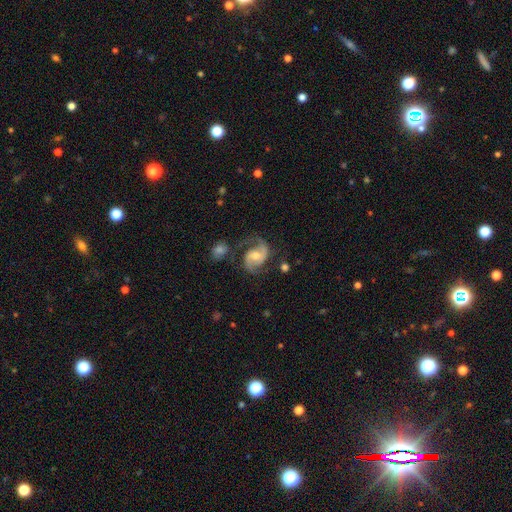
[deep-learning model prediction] A featured or disk galaxy (89%) with no bar (49%), 2 (91%) medium (57%) spiral arms (98%) and a moderate central bulge (61%).

Vote fractions:
- Smooth or featured? featured or disk: 89% / smooth: 6% / star or artifact: 6%
- Edge-on disk? no: 98% / yes: 2%
- Bar? no: 49% / weak: 40% / strong: 12%
- Spiral arms? yes: 98% / no: 2%
- Spiral winding? medium: 57% / loose: 22% / tight: 21%
- Spiral arm count? 2: 91% / can't tell: 3% / 3: 2% / 1: 2% / 4: 1% / more than 4: 1%
- Bulge size? moderate: 61% / small: 32% / large: 4% / none: 2% / dominant: 1%
- Merging? none: 70% / minor disturbance: 16% / major disturbance: 9% / merger: 5%